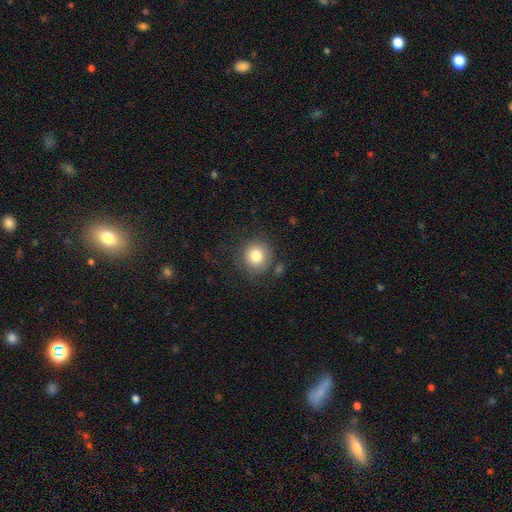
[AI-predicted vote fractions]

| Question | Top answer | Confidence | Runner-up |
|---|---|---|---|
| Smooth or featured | smooth | 80% | featured or disk (11%) |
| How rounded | round | 91% | in between (8%) |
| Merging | none | 75% | minor disturbance (14%) |